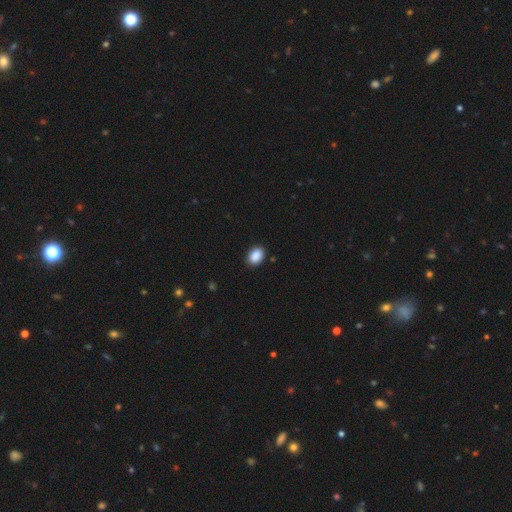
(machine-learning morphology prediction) A smooth galaxy with no disk features (90%) that is in between round and cigar-shaped (81%). Merging: none (89%).